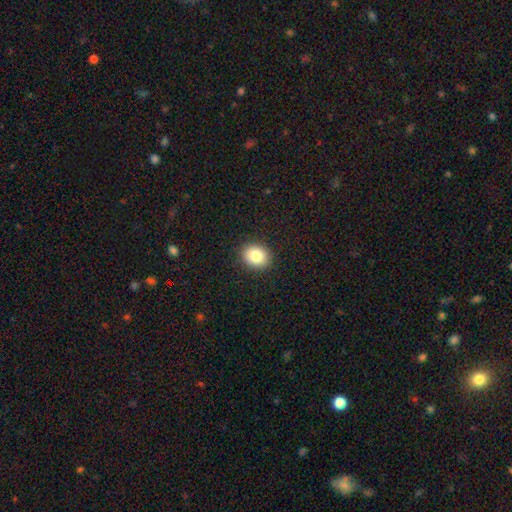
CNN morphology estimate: Q: Smooth or featured?
A: smooth (83%); runner-up: star or artifact (10%)
Q: How rounded?
A: round (59%); runner-up: in between (40%)
Q: Merging?
A: none (90%); runner-up: minor disturbance (7%)